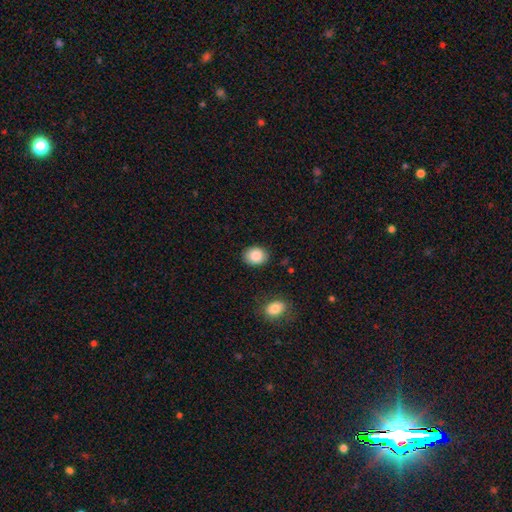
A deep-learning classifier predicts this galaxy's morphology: Smooth or featured? Predicted: smooth (p=0.88). How rounded? Predicted: round (p=0.52). Merging? Predicted: none (p=0.86).